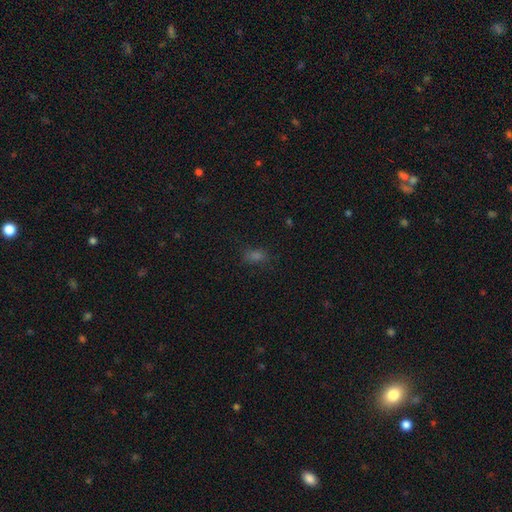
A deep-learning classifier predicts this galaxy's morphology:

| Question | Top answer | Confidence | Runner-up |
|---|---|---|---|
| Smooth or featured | smooth | 65% | star or artifact (28%) |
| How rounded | in between | 77% | round (19%) |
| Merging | none | 79% | minor disturbance (14%) |